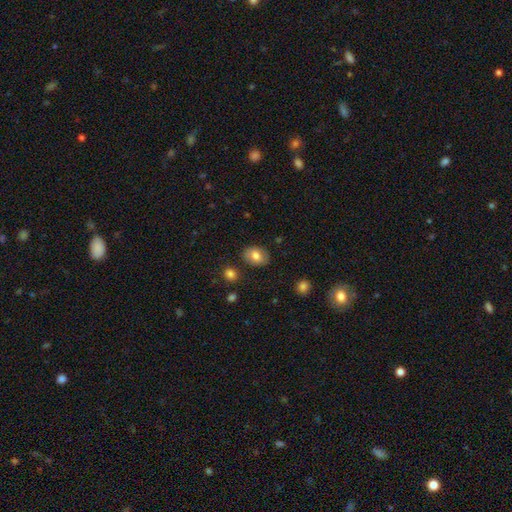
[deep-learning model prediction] The model was most divided on "how rounded": in between: 65%, round: 34%, cigar-shaped: 1%. More confident: merging — none (84%); smooth or featured — smooth (78%).